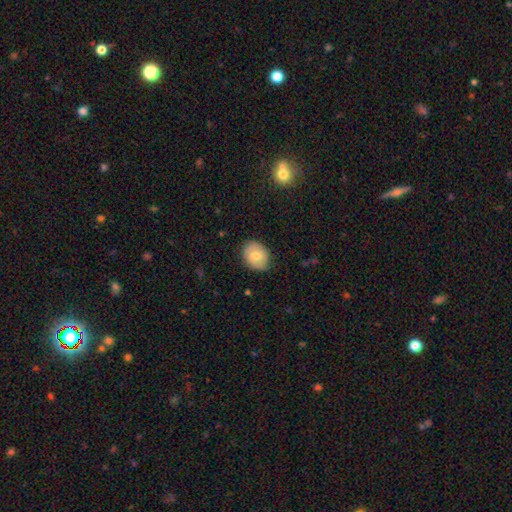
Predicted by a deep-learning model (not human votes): Overall: smooth (63%; featured or disk 30%). How rounded: in between (58%; round 41%). Merging: none (80%).